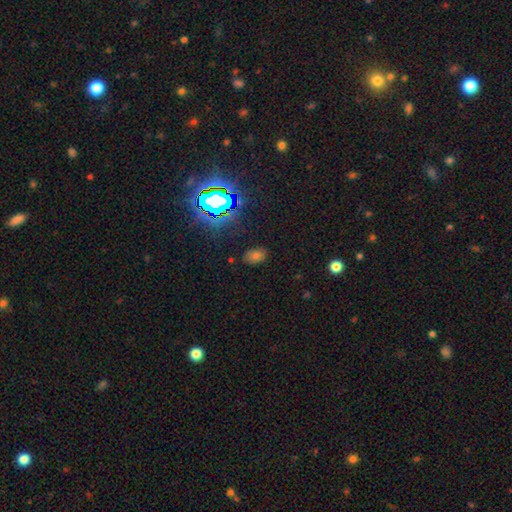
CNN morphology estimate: Q: Smooth or featured?
A: smooth (53%); runner-up: star or artifact (38%)
Q: How rounded?
A: in between (79%); runner-up: round (19%)
Q: Merging?
A: none (82%); runner-up: minor disturbance (12%)